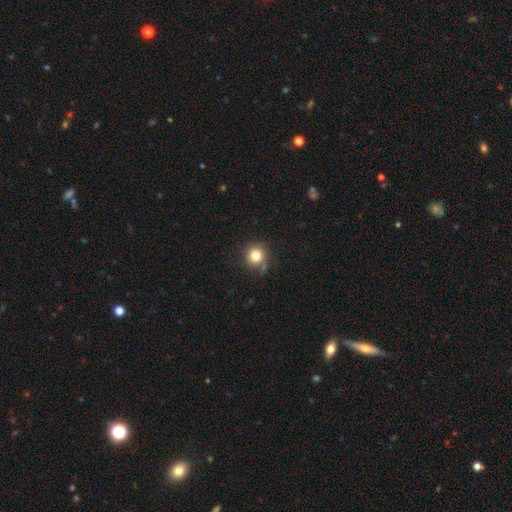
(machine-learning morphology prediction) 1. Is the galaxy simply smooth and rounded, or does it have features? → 81% smooth, 12% star or artifact, 7% featured or disk.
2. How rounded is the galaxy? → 92% round, 7% in between, 1% cigar-shaped.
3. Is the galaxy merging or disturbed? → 74% none, 16% minor disturbance, 6% merger, 4% major disturbance.